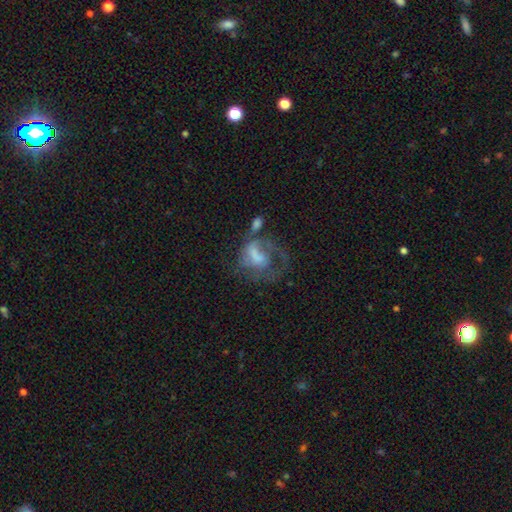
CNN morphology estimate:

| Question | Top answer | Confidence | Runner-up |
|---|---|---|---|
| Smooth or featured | featured or disk | 62% | smooth (26%) |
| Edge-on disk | no | 97% | yes (3%) |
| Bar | no | 48% | weak (38%) |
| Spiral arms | yes | 63% | no (37%) |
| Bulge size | none | 31% | moderate (30%) |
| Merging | major disturbance | 40% | none (29%) |